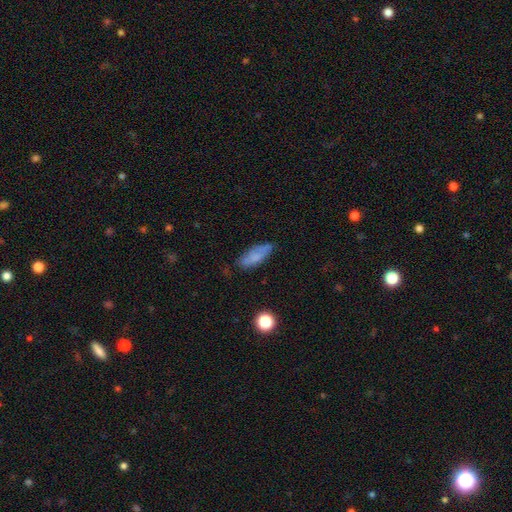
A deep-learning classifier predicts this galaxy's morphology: type=smooth (70%); roundness=in between (69%); merging=none (69%).